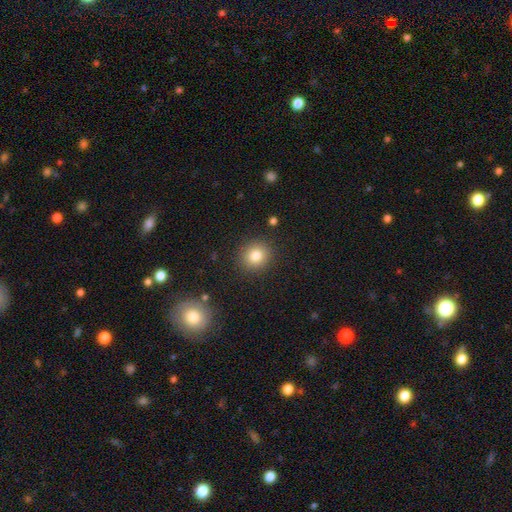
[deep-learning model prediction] Smooth or featured: smooth — 81% (star or artifact — 11%)
How rounded: round — 87% (in between — 12%)
Merging: none — 89% (minor disturbance — 7%)